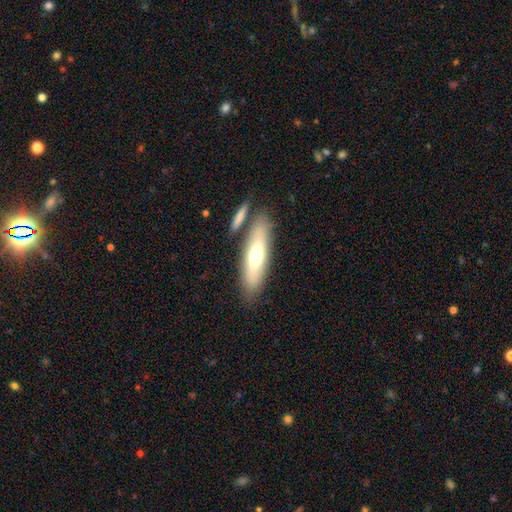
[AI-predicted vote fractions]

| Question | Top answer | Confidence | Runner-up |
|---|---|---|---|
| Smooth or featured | smooth | 58% | featured or disk (36%) |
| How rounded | cigar-shaped | 56% | in between (42%) |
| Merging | none | 73% | merger (12%) |